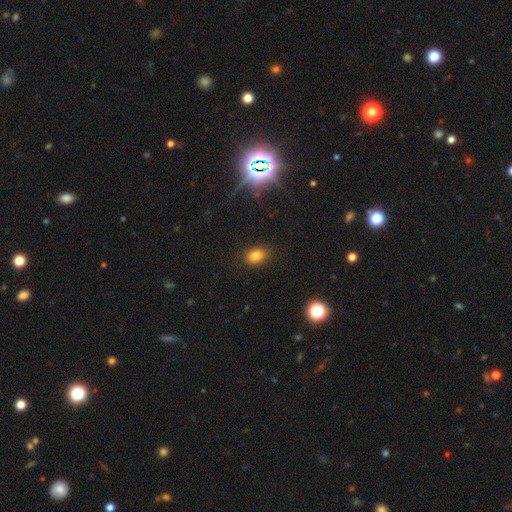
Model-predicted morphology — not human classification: A smooth galaxy with no disk features (78%) that is in between round and cigar-shaped (68%). Merging: none (86%).